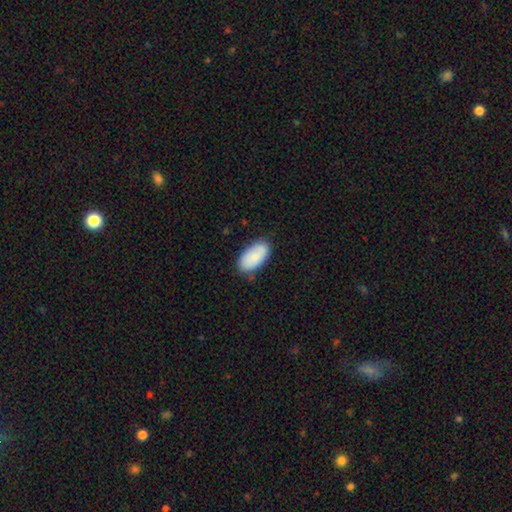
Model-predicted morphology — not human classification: This is clearly a smooth galaxy (84%). How rounded: clearly in between (95%). Merging: likely none (78%).